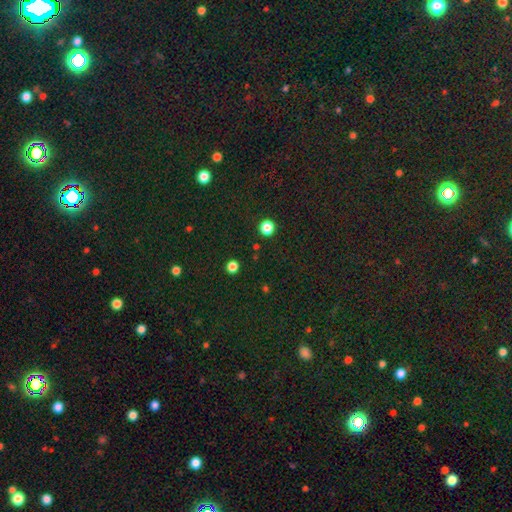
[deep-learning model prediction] Overall: star or artifact (73%).